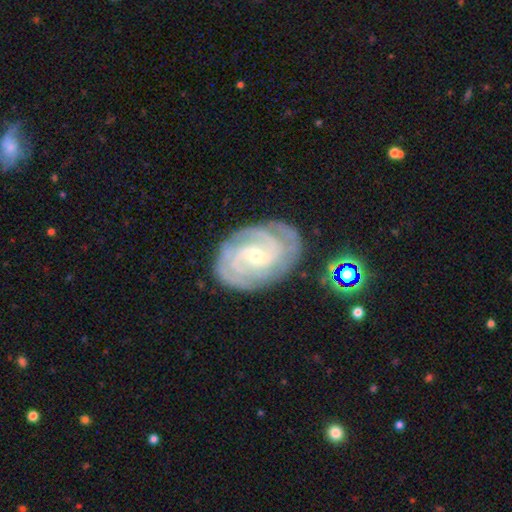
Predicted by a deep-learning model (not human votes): A featured or disk galaxy (88%) with a weak bar (44%), 2 (29%) tight (67%) spiral arms (97%) and a small central bulge (69%).

Vote fractions:
- Smooth or featured? featured or disk: 88% / smooth: 7% / star or artifact: 5%
- Edge-on disk? no: 97% / yes: 3%
- Bar? weak: 44% / no: 42% / strong: 14%
- Spiral arms? yes: 97% / no: 3%
- Spiral winding? tight: 67% / medium: 28% / loose: 5%
- Spiral arm count? 2: 29% / 3: 27% / can't tell: 20% / 4: 14% / more than 4: 5% / 1: 5%
- Bulge size? small: 69% / moderate: 28% / large: 1% / none: 1% / dominant: 1%
- Merging? none: 78% / minor disturbance: 16% / major disturbance: 4% / merger: 2%